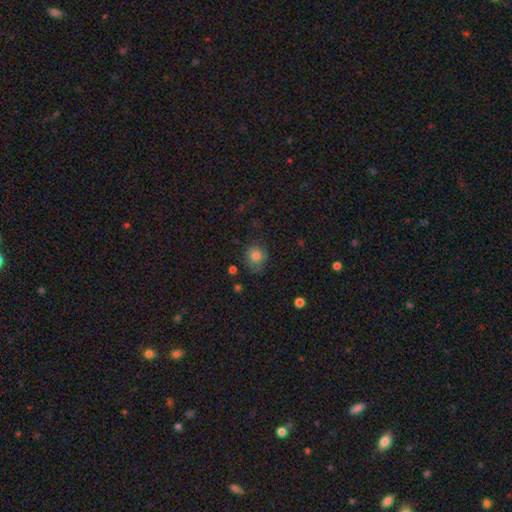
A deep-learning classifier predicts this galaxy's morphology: Smooth or featured?
  - smooth: 80% *
  - star or artifact: 11%
  - featured or disk: 8%
How rounded?
  - round: 79% *
  - in between: 20%
  - cigar-shaped: 1%
Merging?
  - none: 69% *
  - minor disturbance: 22%
  - major disturbance: 7%
  - merger: 2%